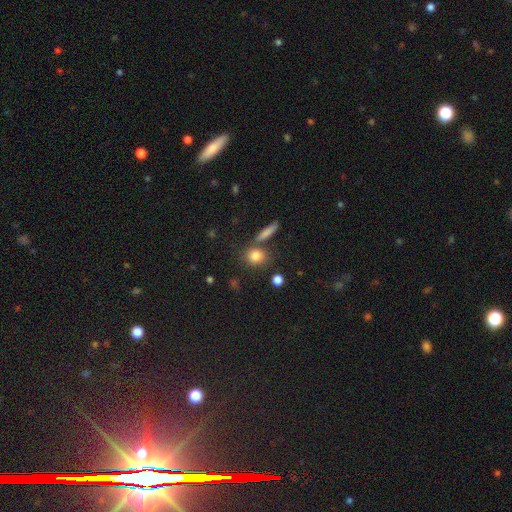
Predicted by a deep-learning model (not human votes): A smooth galaxy with no disk features (82%) that is round (68%).

Vote fractions:
- Smooth or featured? smooth: 82% / star or artifact: 10% / featured or disk: 8%
- How rounded? round: 68% / in between: 26% / cigar-shaped: 6%
- Merging? none: 70% / merger: 14% / minor disturbance: 11% / major disturbance: 4%